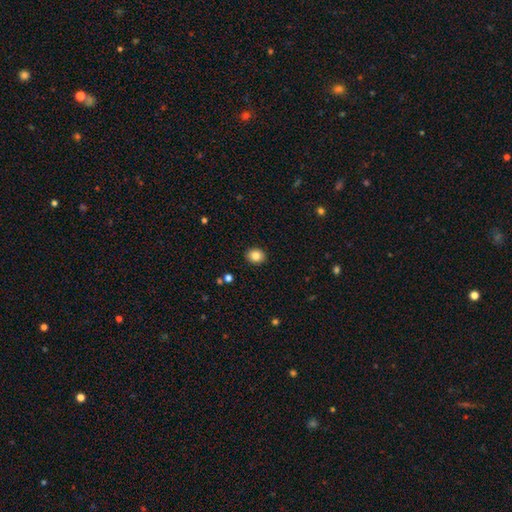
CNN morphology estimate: type=smooth (84%); roundness=round (60%); merging=none (91%).